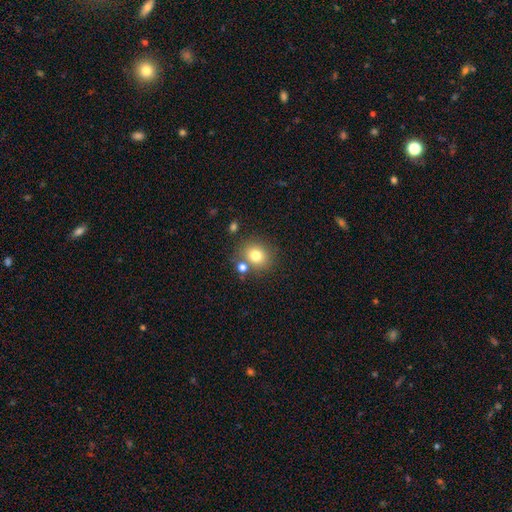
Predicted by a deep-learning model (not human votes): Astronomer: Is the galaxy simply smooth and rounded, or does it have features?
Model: smooth — 78%.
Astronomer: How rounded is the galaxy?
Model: round — 76%.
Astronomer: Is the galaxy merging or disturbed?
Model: none — 73%.